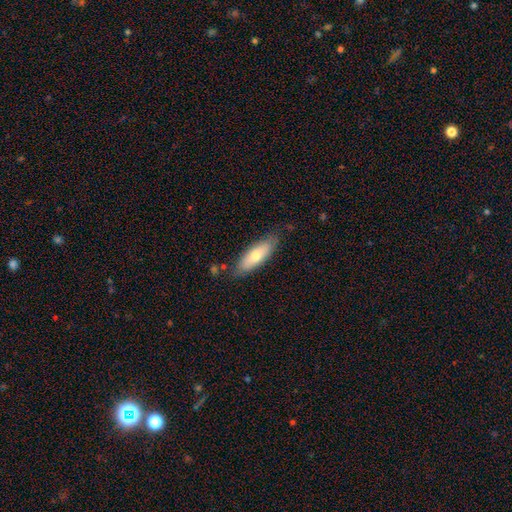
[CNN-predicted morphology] The model was most divided on "how rounded": in between: 59%, cigar-shaped: 39%, round: 2%. More confident: merging — none (79%); smooth or featured — smooth (66%).